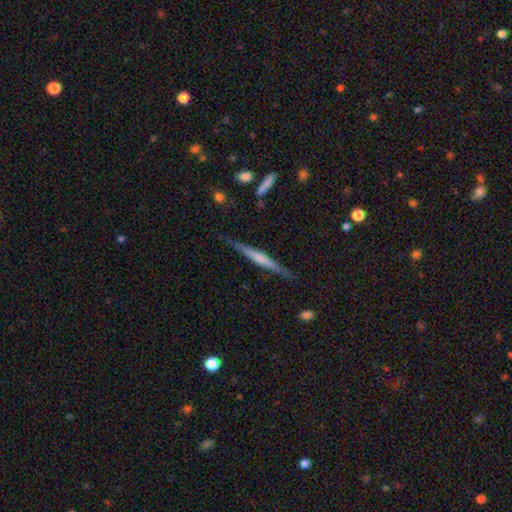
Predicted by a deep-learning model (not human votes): Q: Smooth or featured?
A: featured or disk (67%); runner-up: smooth (27%)
Q: Edge-on disk?
A: yes (97%); runner-up: no (3%)
Q: Edge-on bulge?
A: rounded (41%); runner-up: none (30%)
Q: Merging?
A: none (86%); runner-up: minor disturbance (10%)